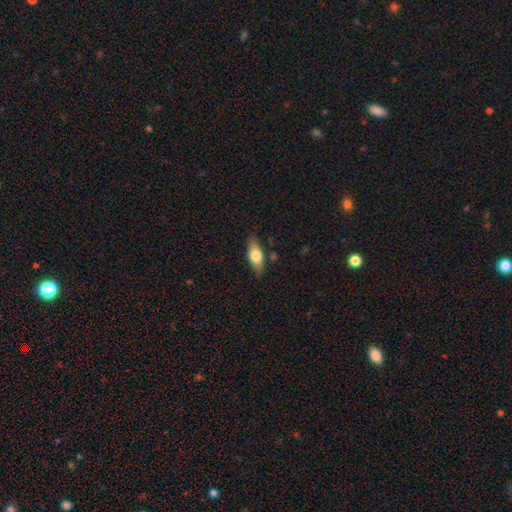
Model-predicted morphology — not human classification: This is likely a smooth galaxy (64%). How rounded: likely in between (75%). Merging: clearly none (83%).